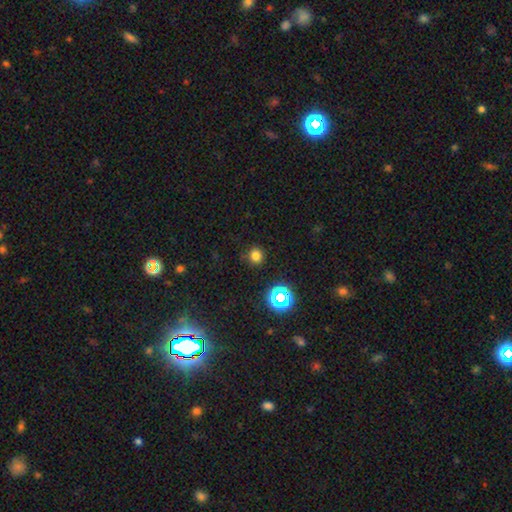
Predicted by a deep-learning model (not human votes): Smooth or featured?
  - smooth: 76% *
  - star or artifact: 19%
  - featured or disk: 5%
How rounded?
  - round: 89% *
  - in between: 10%
  - cigar-shaped: 1%
Merging?
  - none: 86% *
  - minor disturbance: 9%
  - major disturbance: 3%
  - merger: 2%